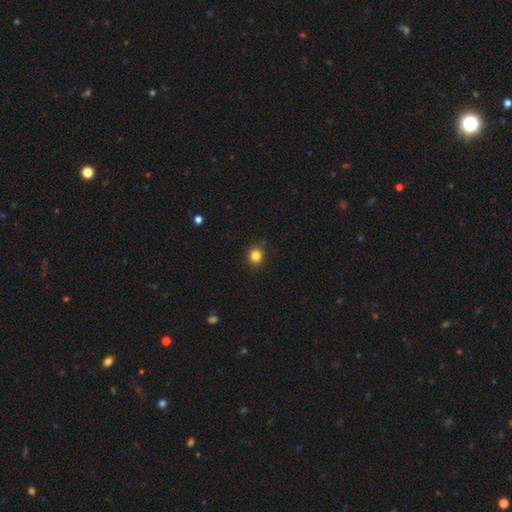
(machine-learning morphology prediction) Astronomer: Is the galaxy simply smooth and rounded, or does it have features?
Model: smooth — 84%.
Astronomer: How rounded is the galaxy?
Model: round — 84%.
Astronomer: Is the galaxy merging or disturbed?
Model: none — 89%.